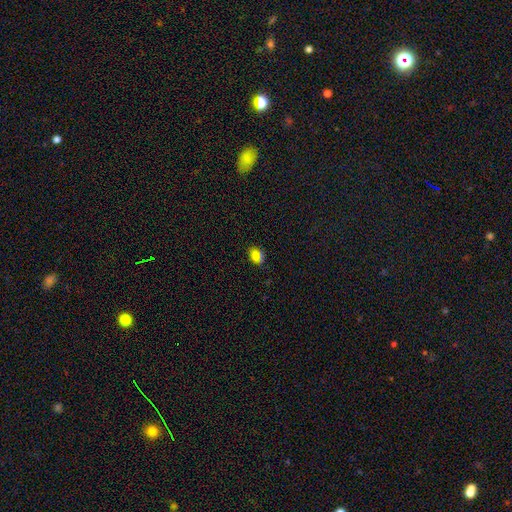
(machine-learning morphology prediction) Smooth or featured?
  - smooth: 70% *
  - star or artifact: 23%
  - featured or disk: 7%
How rounded?
  - in between: 70% *
  - round: 28%
  - cigar-shaped: 2%
Merging?
  - none: 76% *
  - minor disturbance: 16%
  - major disturbance: 4%
  - merger: 3%